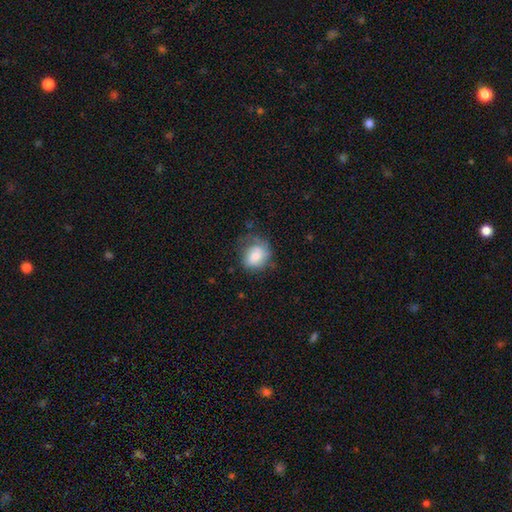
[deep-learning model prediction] This appears to be a smooth galaxy with no disk features (70%) that is round (58%). Merging: none (49%).